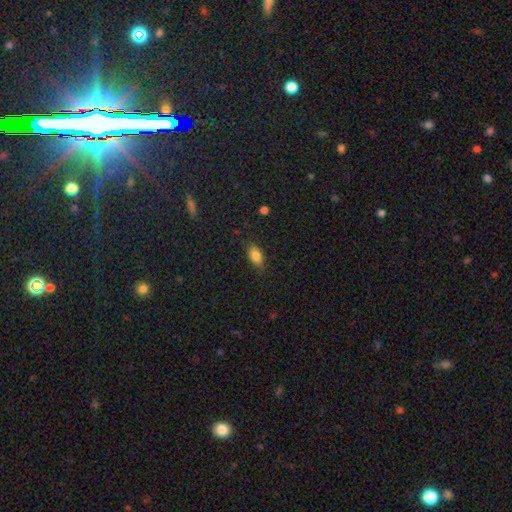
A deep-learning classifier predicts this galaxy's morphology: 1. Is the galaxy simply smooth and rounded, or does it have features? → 83% smooth, 9% star or artifact, 8% featured or disk.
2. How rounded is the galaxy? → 87% in between, 7% round, 6% cigar-shaped.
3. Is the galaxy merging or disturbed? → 82% none, 13% minor disturbance, 3% major disturbance, 1% merger.